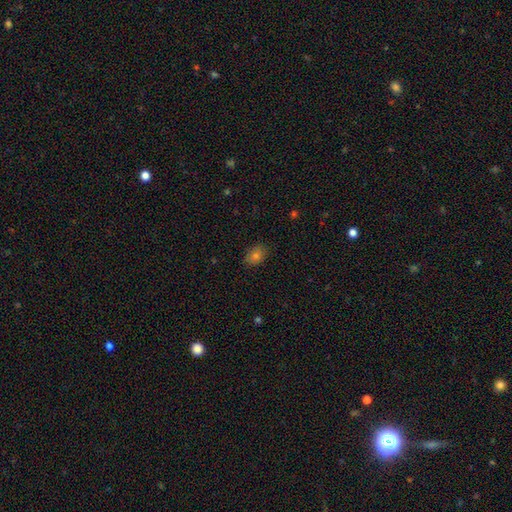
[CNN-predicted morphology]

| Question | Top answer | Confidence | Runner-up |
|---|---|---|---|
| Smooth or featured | smooth | 75% | star or artifact (15%) |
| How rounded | in between | 71% | round (28%) |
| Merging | none | 84% | minor disturbance (13%) |